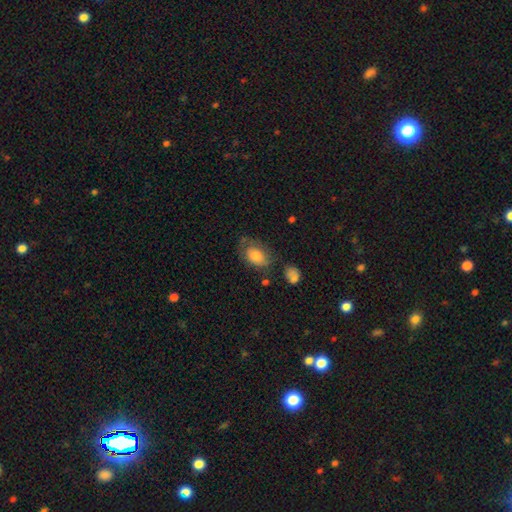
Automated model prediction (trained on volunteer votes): Morphology: type=smooth (76%); roundness=in between (84%); merging=none (51%).